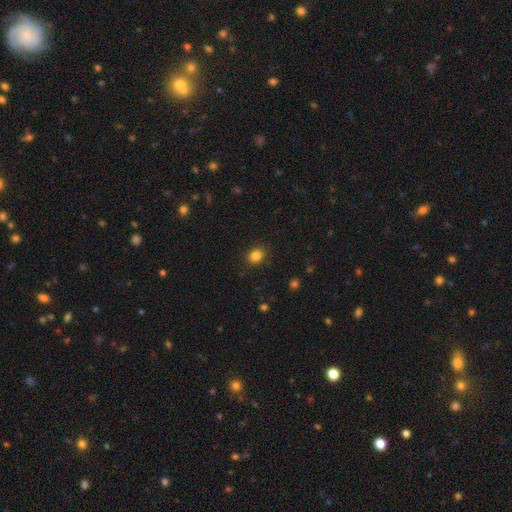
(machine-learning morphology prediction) smooth 84%, star or artifact 11%, featured or disk 4%. Down the decision tree: how rounded — round (64%); merging — none (88%).